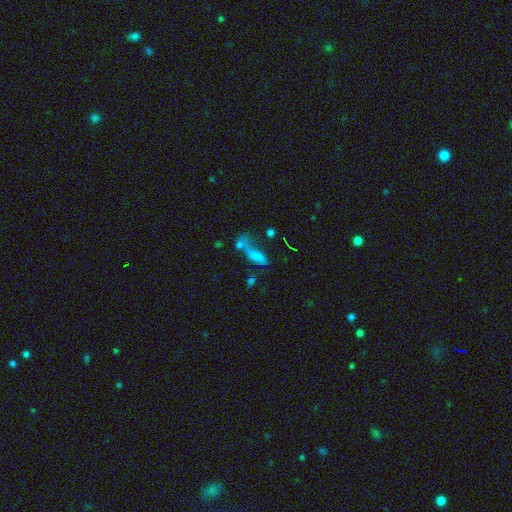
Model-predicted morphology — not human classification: Smooth or featured: smooth — 63% (featured or disk — 19%)
How rounded: in between — 59% (cigar-shaped — 35%)
Merging: merger — 39% (none — 29%)